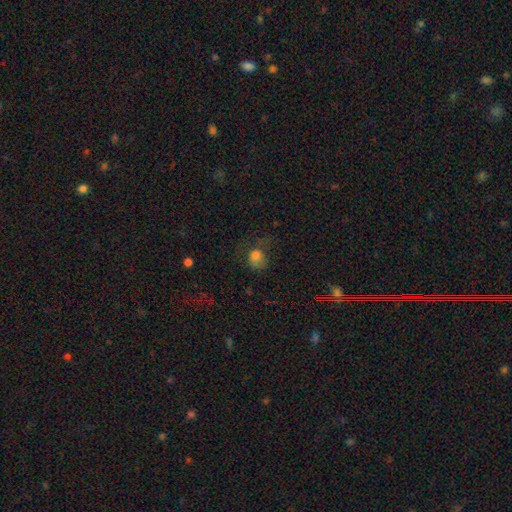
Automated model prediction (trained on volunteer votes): A smooth galaxy with no disk features (71%) that is round (69%).

Vote fractions:
- Smooth or featured? smooth: 71% / star or artifact: 15% / featured or disk: 14%
- How rounded? round: 69% / in between: 30% / cigar-shaped: 1%
- Merging? major disturbance: 38% / none: 37% / minor disturbance: 22% / merger: 3%